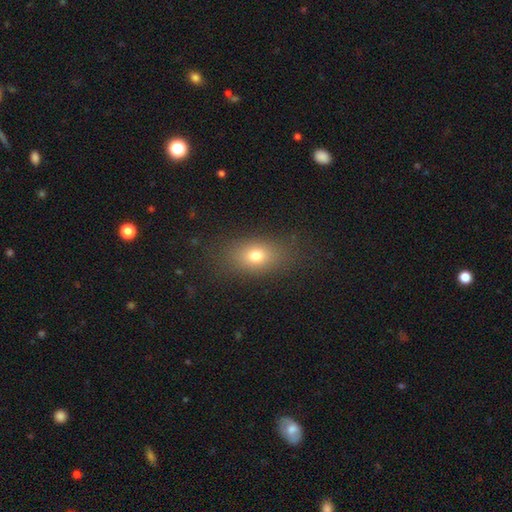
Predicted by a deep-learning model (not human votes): Smooth or featured: smooth — 75% (star or artifact — 13%)
How rounded: in between — 74% (round — 23%)
Merging: none — 81% (minor disturbance — 12%)